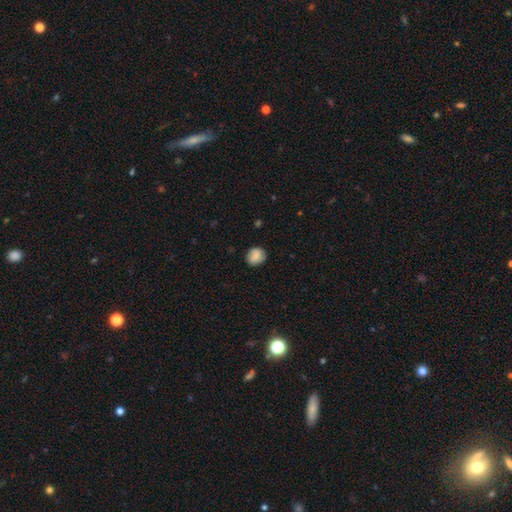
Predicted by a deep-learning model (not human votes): smooth_or_featured: smooth (p=0.81) [alt: featured or disk p=0.11]
how_rounded: round (p=0.70) [alt: in between p=0.29]
merging: none (p=0.80) [alt: minor disturbance p=0.15]